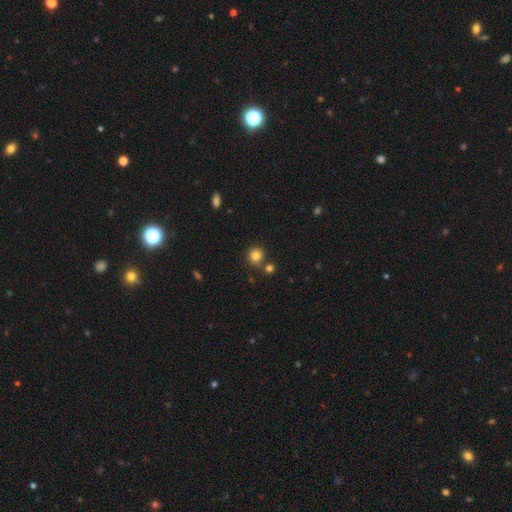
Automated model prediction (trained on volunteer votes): Smooth or featured: smooth — 82% (star or artifact — 12%)
How rounded: round — 92% (in between — 7%)
Merging: none — 79% (merger — 11%)